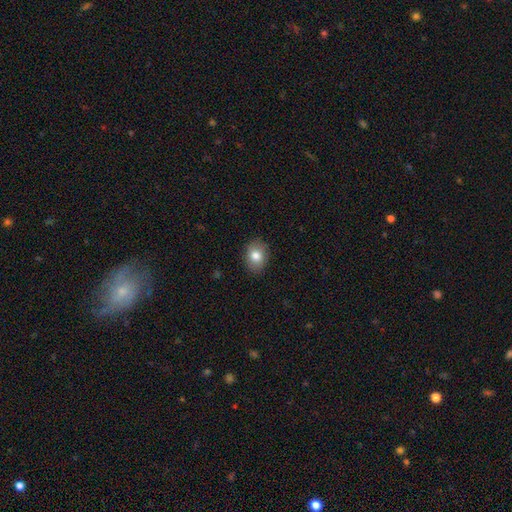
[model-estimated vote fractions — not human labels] Morphology: type=smooth (81%); roundness=in between (61%); merging=none (87%).